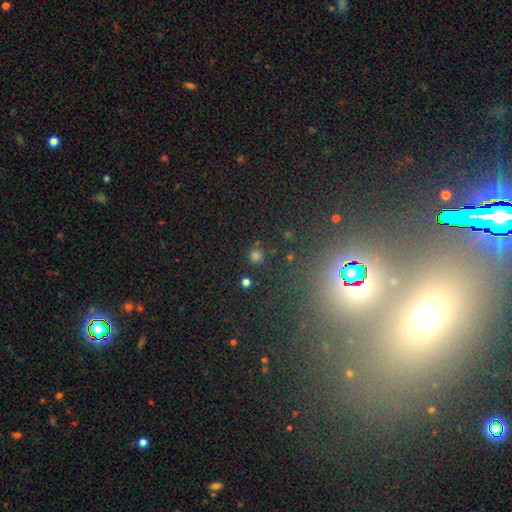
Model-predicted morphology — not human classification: smooth_or_featured: smooth (p=0.74) [alt: star or artifact p=0.21]
how_rounded: round (p=0.94) [alt: in between p=0.05]
merging: none (p=0.86) [alt: minor disturbance p=0.07]